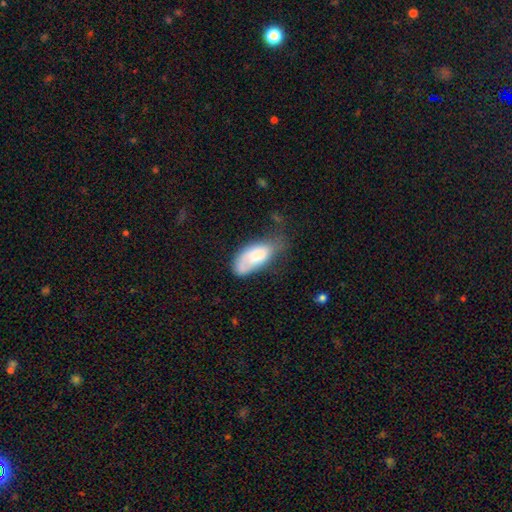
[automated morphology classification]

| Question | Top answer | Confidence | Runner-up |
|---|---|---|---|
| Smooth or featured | smooth | 67% | featured or disk (27%) |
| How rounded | in between | 89% | cigar-shaped (8%) |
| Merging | minor disturbance | 38% | none (36%) |